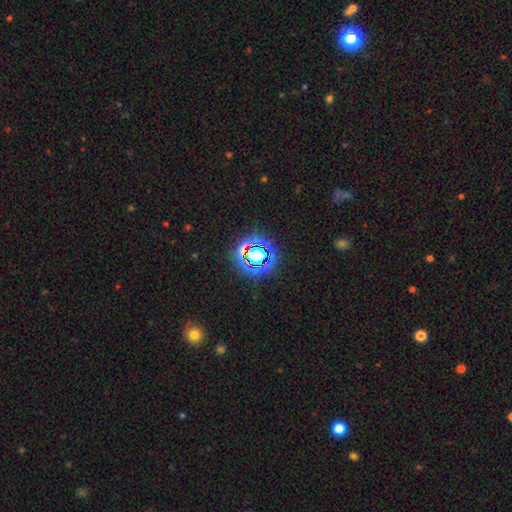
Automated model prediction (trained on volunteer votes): The model was most divided on "smooth or featured": star or artifact: 69%, smooth: 19%, featured or disk: 12%.